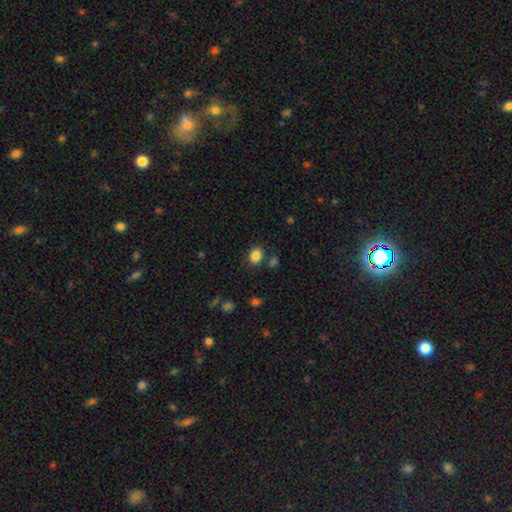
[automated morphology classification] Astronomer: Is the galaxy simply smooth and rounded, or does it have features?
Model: smooth — 85%.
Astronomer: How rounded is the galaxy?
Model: in between — 54% (runner-up: round, 45%).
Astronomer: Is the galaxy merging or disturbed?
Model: none — 79%.